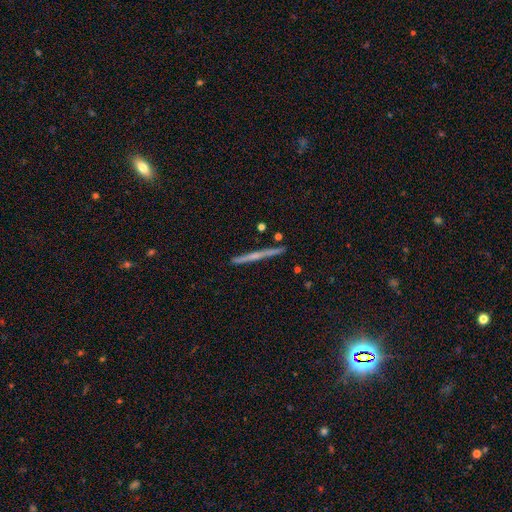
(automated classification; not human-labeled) Smooth or featured: featured or disk — 65% (smooth — 28%)
Edge-on disk: yes — 98% (no — 2%)
Edge-on bulge: none — 53% (rounded — 40%)
Merging: none — 90% (minor disturbance — 7%)